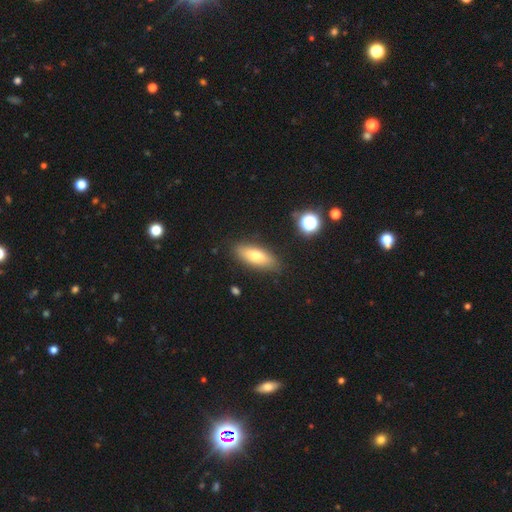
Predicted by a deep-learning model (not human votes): Overall: smooth (73%). How rounded: in between (69%). Merging: none (85%).